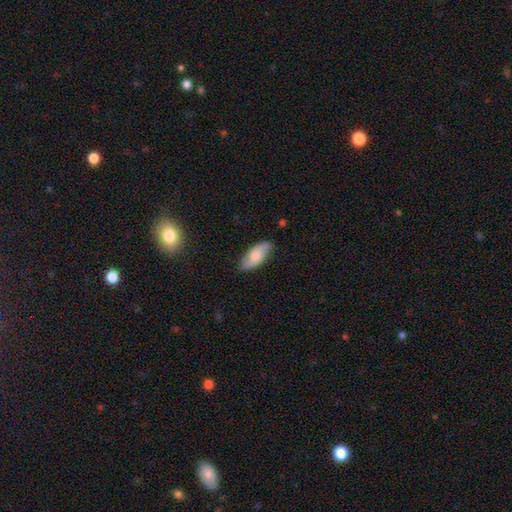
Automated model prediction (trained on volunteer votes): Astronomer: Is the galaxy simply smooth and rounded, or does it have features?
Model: smooth — 67%.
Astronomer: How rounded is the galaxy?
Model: in between — 83%.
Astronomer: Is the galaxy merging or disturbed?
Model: none — 82%.